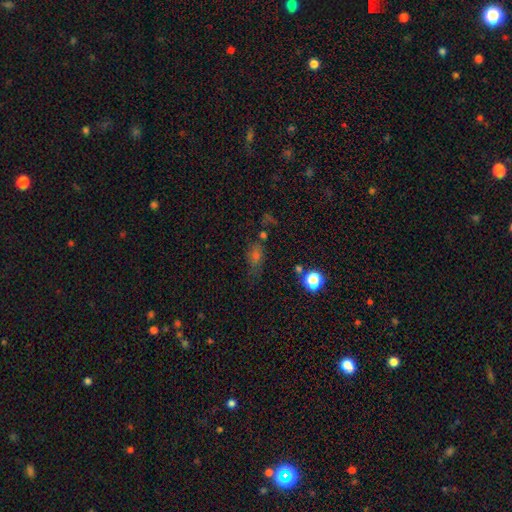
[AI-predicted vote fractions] Smooth or featured? Predicted: smooth (p=0.52). How rounded? Predicted: in between (p=0.63). Merging? Predicted: none (p=0.61).